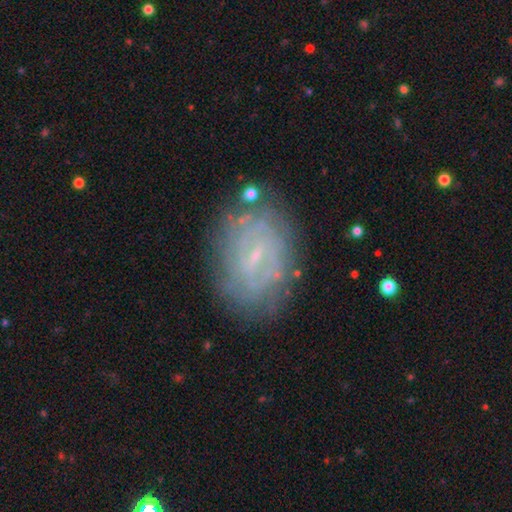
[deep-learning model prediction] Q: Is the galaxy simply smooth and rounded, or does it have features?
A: featured or disk — 71%.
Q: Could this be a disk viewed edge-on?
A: no — 96%.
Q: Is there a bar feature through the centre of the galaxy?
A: weak — 55%.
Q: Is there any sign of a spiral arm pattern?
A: yes — 72%.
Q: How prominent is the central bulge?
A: small — 76%.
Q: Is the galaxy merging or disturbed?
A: none — 76%.